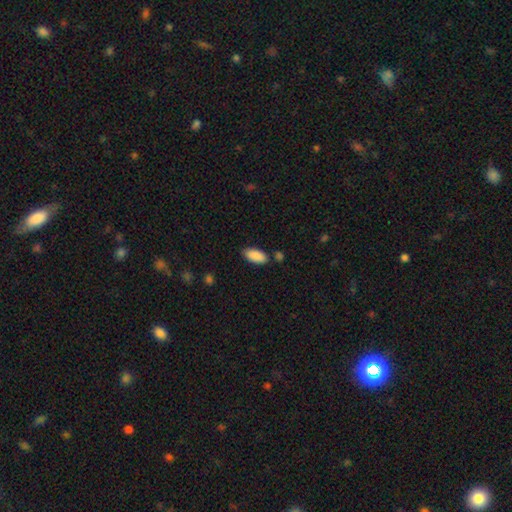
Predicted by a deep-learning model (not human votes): Q: Smooth or featured?
A: smooth (90%); runner-up: star or artifact (6%)
Q: How rounded?
A: in between (91%); runner-up: cigar-shaped (7%)
Q: Merging?
A: none (78%); runner-up: minor disturbance (14%)